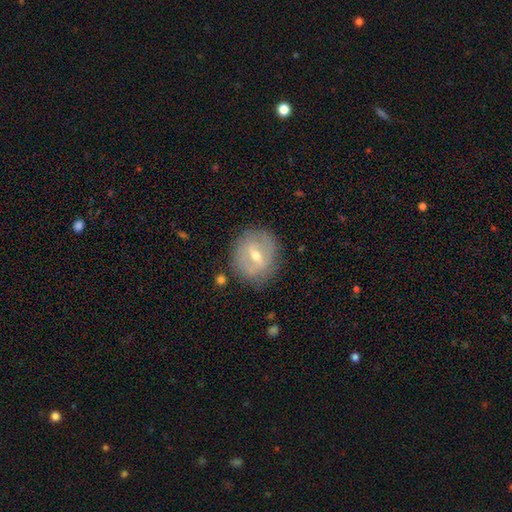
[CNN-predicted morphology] The model was most divided on "bar": weak: 49%, strong: 35%, no: 16%. More confident: edge-on disk — no (92%); merging — none (81%); bulge size — moderate (62%); smooth or featured — featured or disk (61%); spiral arms — no (61%).